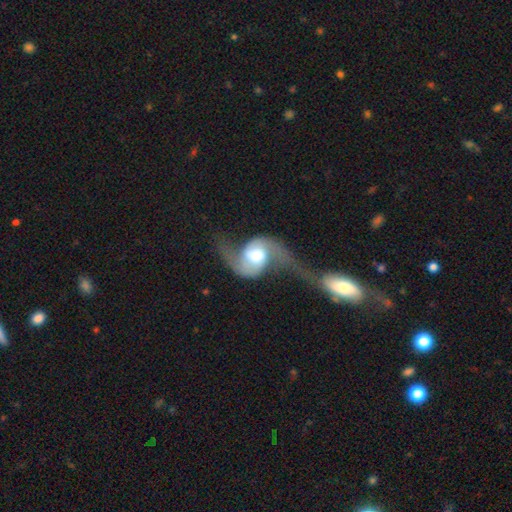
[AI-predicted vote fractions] Q: Smooth or featured?
A: featured or disk (87%); runner-up: smooth (8%)
Q: Edge-on disk?
A: no (97%); runner-up: yes (3%)
Q: Bar?
A: no (52%); runner-up: weak (35%)
Q: Spiral arms?
A: yes (96%); runner-up: no (4%)
Q: Spiral winding?
A: loose (78%); runner-up: medium (18%)
Q: Spiral arm count?
A: 2 (93%); runner-up: 1 (2%)
Q: Bulge size?
A: moderate (46%); runner-up: large (35%)
Q: Merging?
A: none (42%); runner-up: major disturbance (27%)